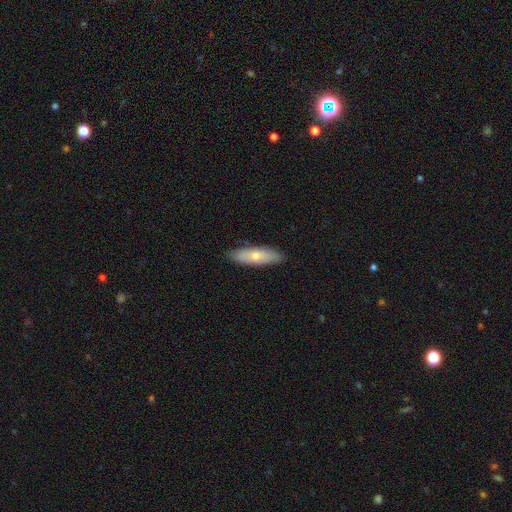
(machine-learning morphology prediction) smooth 66%, featured or disk 28%, star or artifact 6%. Down the decision tree: how rounded — cigar-shaped (51%); merging — none (86%).